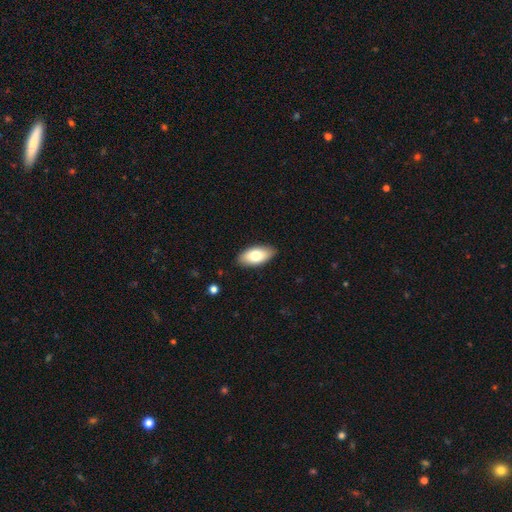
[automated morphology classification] type=smooth (75%); roundness=in between (92%); merging=none (87%).